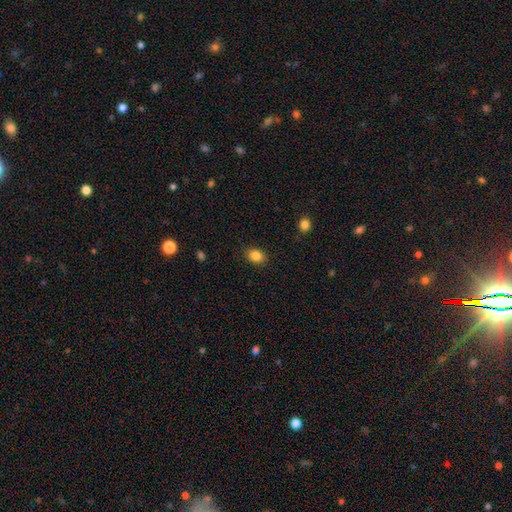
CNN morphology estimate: This appears to be a smooth galaxy with no disk features (85%) that is in between round and cigar-shaped (66%). Merging: none (86%).